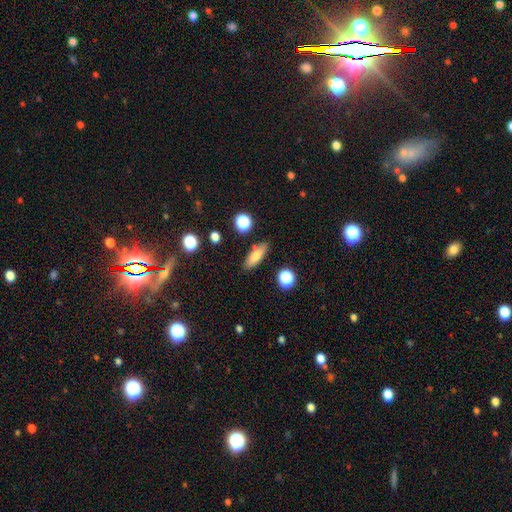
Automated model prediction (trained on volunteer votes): smooth-or-featured: smooth: 76% | featured or disk: 15% | star or artifact: 10%
  how-rounded: in between: 59% | cigar-shaped: 36% | round: 5%
  merging: none: 84% | minor disturbance: 10% | merger: 3% | major disturbance: 3%